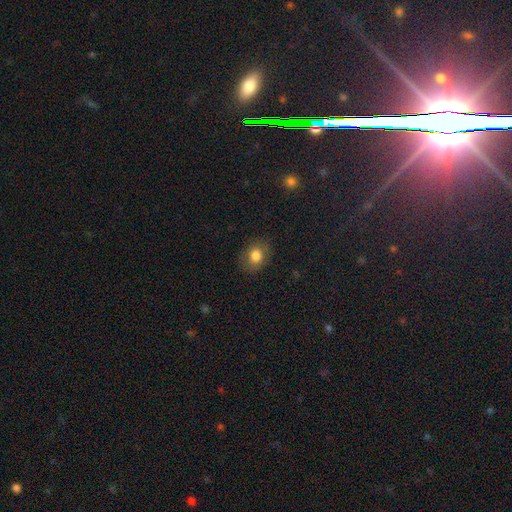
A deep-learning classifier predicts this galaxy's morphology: Smooth or featured? Predicted: smooth (p=0.79). How rounded? Predicted: in between (p=0.51). Merging? Predicted: none (p=0.83).